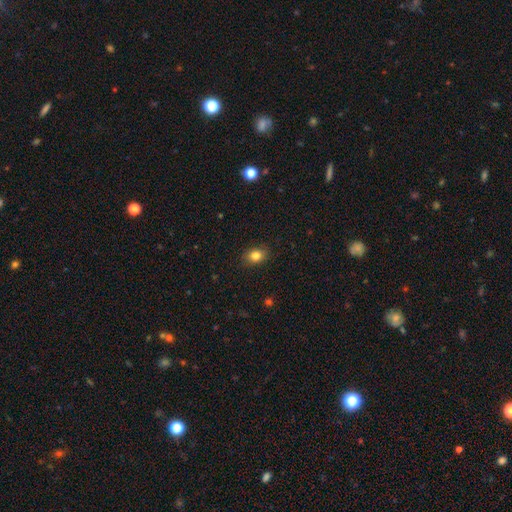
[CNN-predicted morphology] A smooth galaxy with no disk features (83%) that is in between round and cigar-shaped (66%). Merging: none (88%).